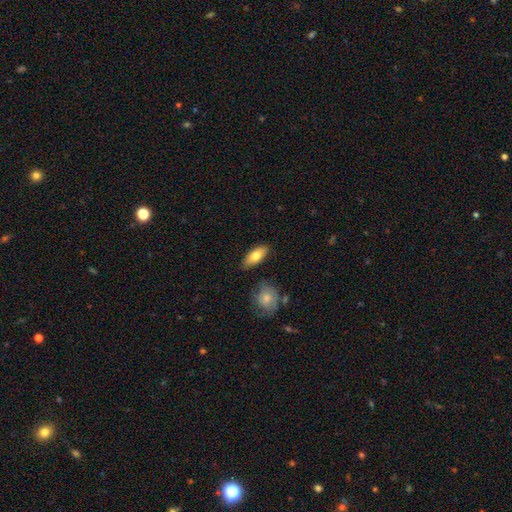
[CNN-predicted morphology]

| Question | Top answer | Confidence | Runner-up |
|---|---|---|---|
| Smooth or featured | smooth | 76% | featured or disk (18%) |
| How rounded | in between | 83% | cigar-shaped (14%) |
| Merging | none | 83% | minor disturbance (11%) |